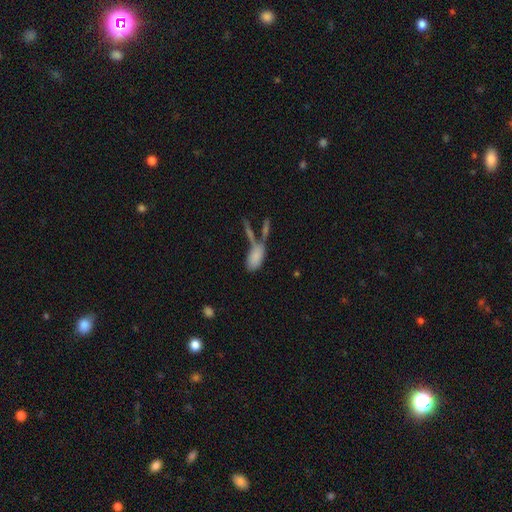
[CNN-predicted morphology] smooth_or_featured: smooth (p=0.80) [alt: featured or disk p=0.12]
how_rounded: in between (p=0.87) [alt: cigar-shaped p=0.09]
merging: merger (p=0.43) [alt: none p=0.34]